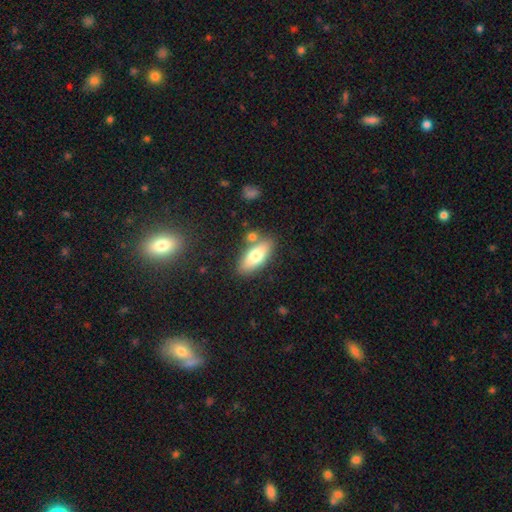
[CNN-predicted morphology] Smooth or featured: smooth — 70% (featured or disk — 24%)
How rounded: in between — 77% (cigar-shaped — 20%)
Merging: none — 75% (minor disturbance — 12%)